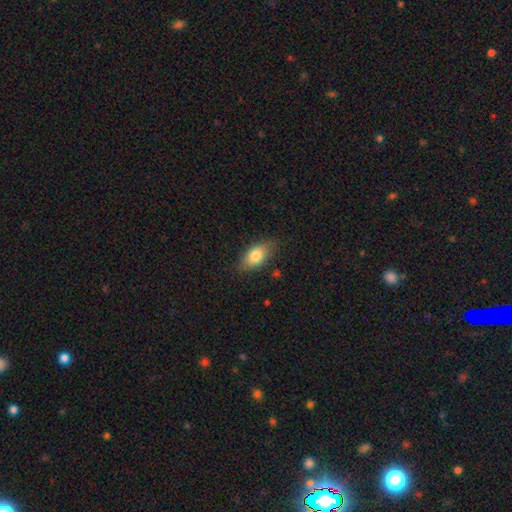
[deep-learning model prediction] This appears to be a smooth galaxy with no disk features (78%) that is in between round and cigar-shaped (87%). Merging: none (79%).